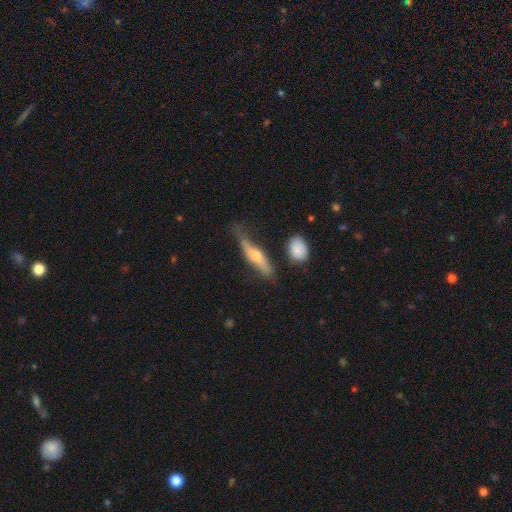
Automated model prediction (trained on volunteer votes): The model was most divided on "smooth or featured": featured or disk: 50%, smooth: 44%, star or artifact: 6%. More confident: edge-on disk — yes (84%); merging — none (54%).